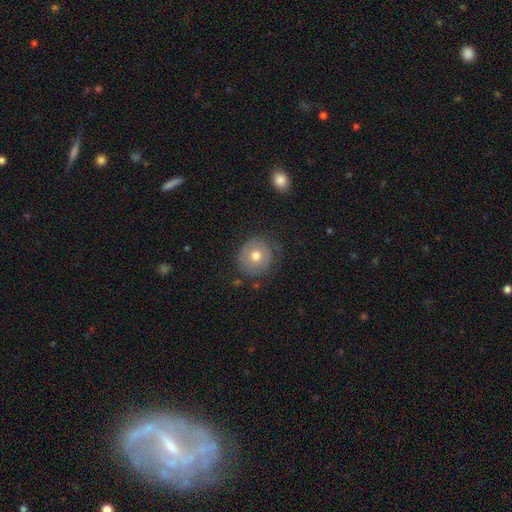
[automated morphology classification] A smooth galaxy with no disk features (62%) that is round (89%).

Vote fractions:
- Smooth or featured? smooth: 62% / featured or disk: 29% / star or artifact: 8%
- How rounded? round: 89% / in between: 10% / cigar-shaped: 1%
- Merging? none: 76% / minor disturbance: 16% / major disturbance: 6% / merger: 2%